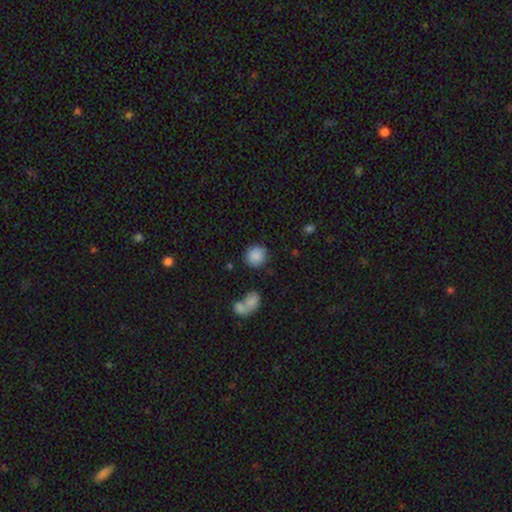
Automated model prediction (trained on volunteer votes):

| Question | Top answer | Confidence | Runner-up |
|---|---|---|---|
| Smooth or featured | smooth | 87% | star or artifact (8%) |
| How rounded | round | 87% | in between (12%) |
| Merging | none | 80% | minor disturbance (11%) |